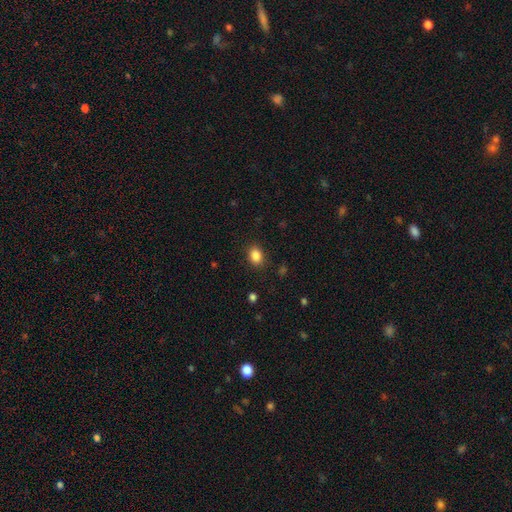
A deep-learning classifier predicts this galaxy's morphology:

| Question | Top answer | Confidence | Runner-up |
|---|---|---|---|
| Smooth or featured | smooth | 86% | star or artifact (10%) |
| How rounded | in between | 67% | round (32%) |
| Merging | none | 87% | minor disturbance (9%) |